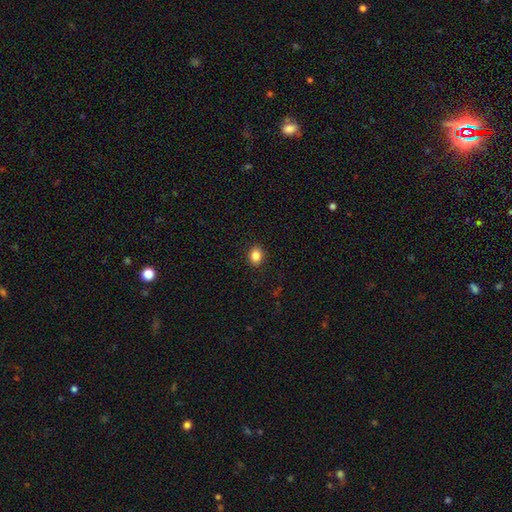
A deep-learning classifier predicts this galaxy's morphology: smooth-or-featured: smooth: 85% | star or artifact: 10% | featured or disk: 5%
  how-rounded: in between: 51% | round: 48% | cigar-shaped: 1%
  merging: none: 91% | minor disturbance: 7% | major disturbance: 2% | merger: 1%